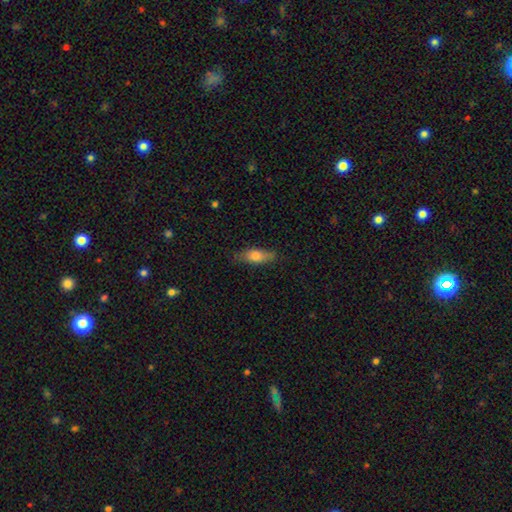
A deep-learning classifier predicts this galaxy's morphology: type=smooth (76%); roundness=in between (68%); merging=none (74%).